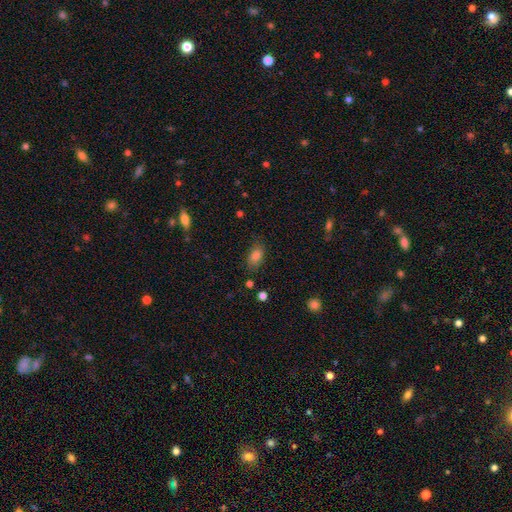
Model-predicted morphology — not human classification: This appears to be a smooth galaxy with no disk features (82%) that is in between round and cigar-shaped (89%). Merging: none (78%).